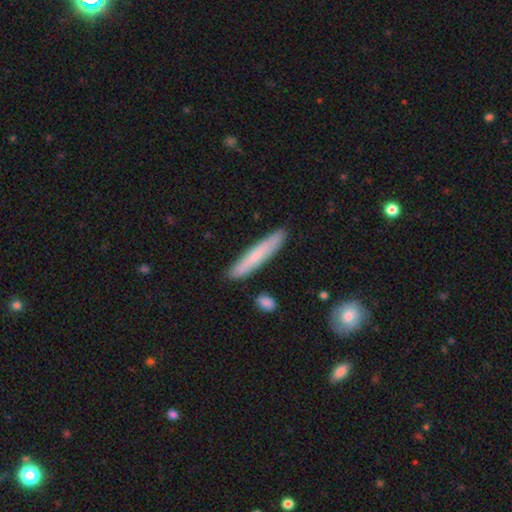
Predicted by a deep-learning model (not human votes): Smooth or featured?
  - smooth: 67% *
  - featured or disk: 27%
  - star or artifact: 6%
How rounded?
  - cigar-shaped: 93% *
  - in between: 6%
  - round: 1%
Merging?
  - none: 88% *
  - minor disturbance: 9%
  - merger: 2%
  - major disturbance: 2%